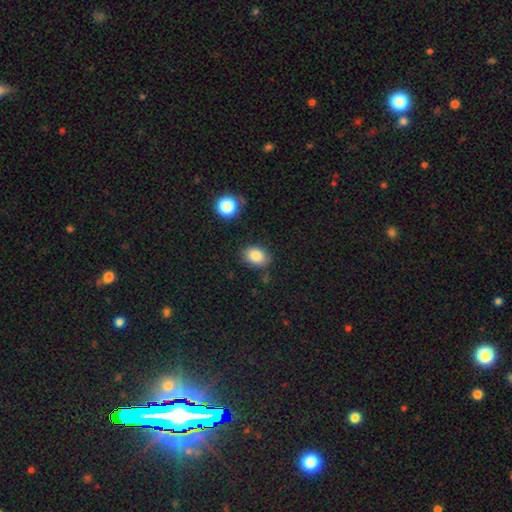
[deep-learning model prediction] The model was most divided on "how rounded": in between: 79%, round: 20%, cigar-shaped: 1%. More confident: smooth or featured — smooth (85%); merging — none (82%).